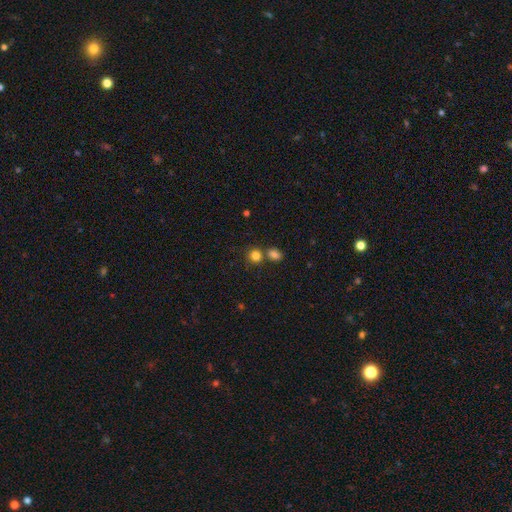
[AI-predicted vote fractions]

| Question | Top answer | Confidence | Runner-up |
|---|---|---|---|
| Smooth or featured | smooth | 81% | star or artifact (13%) |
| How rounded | round | 80% | in between (19%) |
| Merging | none | 61% | merger (27%) |